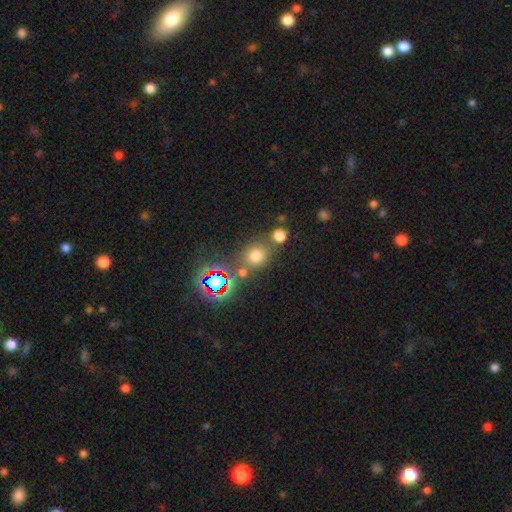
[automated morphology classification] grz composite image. It shows a smooth galaxy with no disk features (67%) that is round (80%). Merging: none (68%).